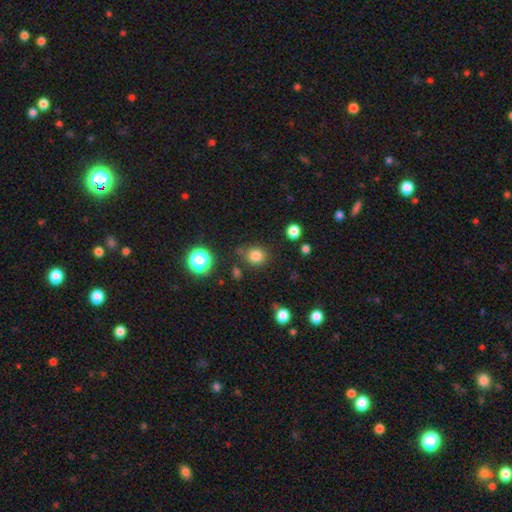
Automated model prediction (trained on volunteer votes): smooth 81%, star or artifact 14%, featured or disk 5%. Down the decision tree: how rounded — round (78%); merging — none (74%).